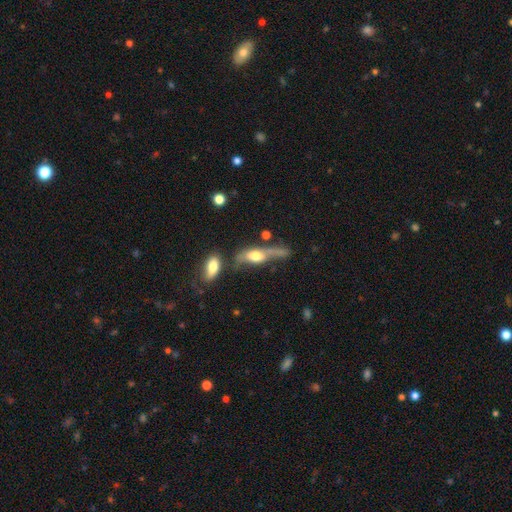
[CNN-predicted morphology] Smooth or featured? smooth (51%)
How rounded? in between (54%)
Merging? none (27%, tied with major disturbance)